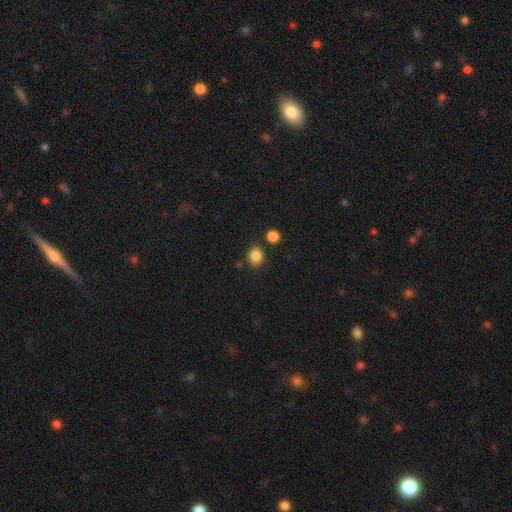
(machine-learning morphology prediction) Smooth or featured?
  - smooth: 85% *
  - star or artifact: 11%
  - featured or disk: 4%
How rounded?
  - round: 66% *
  - in between: 33%
  - cigar-shaped: 1%
Merging?
  - none: 80% *
  - minor disturbance: 10%
  - merger: 7%
  - major disturbance: 3%